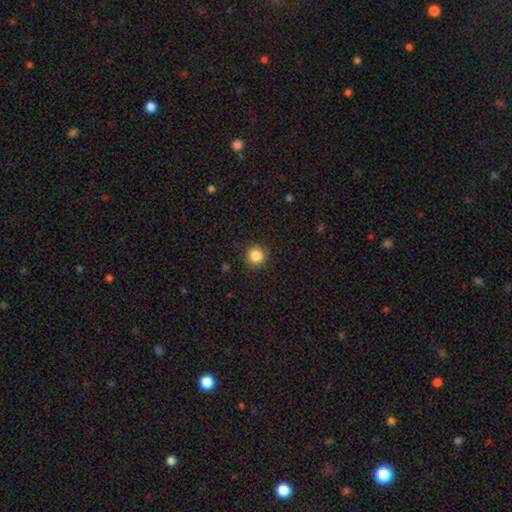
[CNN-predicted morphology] type=smooth (86%); roundness=round (95%); merging=none (91%).